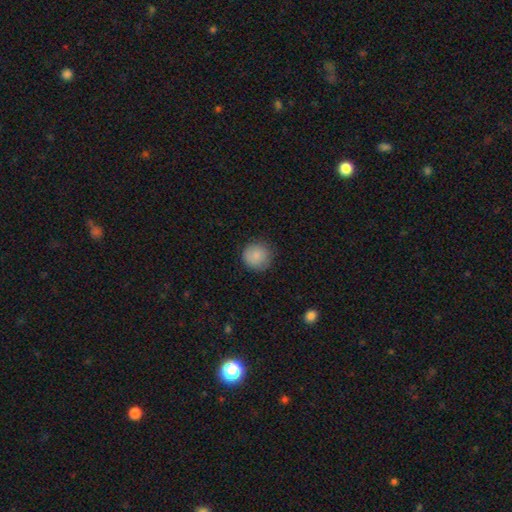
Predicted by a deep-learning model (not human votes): smooth 87%, star or artifact 8%, featured or disk 5%. Down the decision tree: how rounded — round (94%); merging — none (86%).